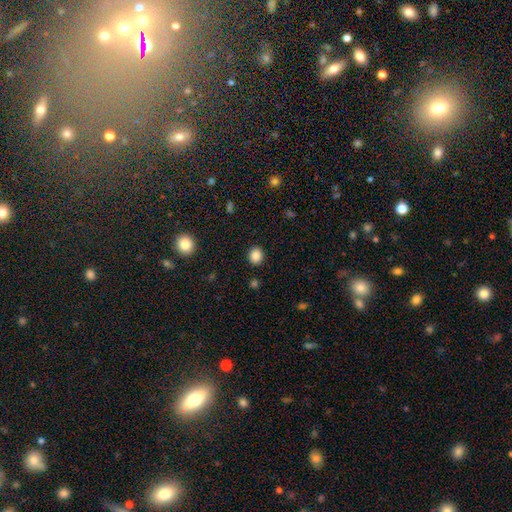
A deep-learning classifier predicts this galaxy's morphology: smooth 86%, star or artifact 10%, featured or disk 3%. Down the decision tree: how rounded — round (73%); merging — none (90%).